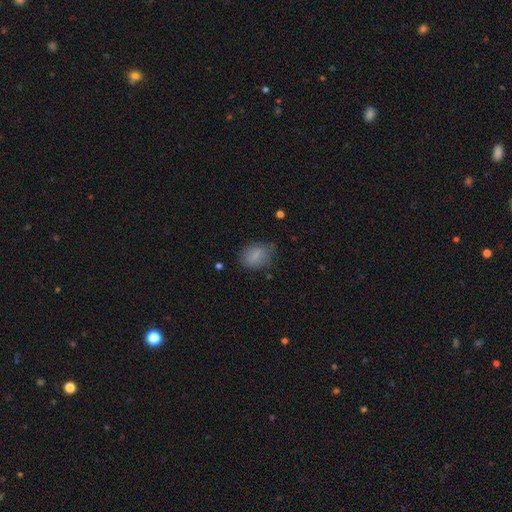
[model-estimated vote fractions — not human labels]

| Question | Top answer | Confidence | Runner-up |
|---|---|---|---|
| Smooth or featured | smooth | 75% | featured or disk (16%) |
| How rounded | in between | 67% | round (31%) |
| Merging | none | 64% | minor disturbance (25%) |